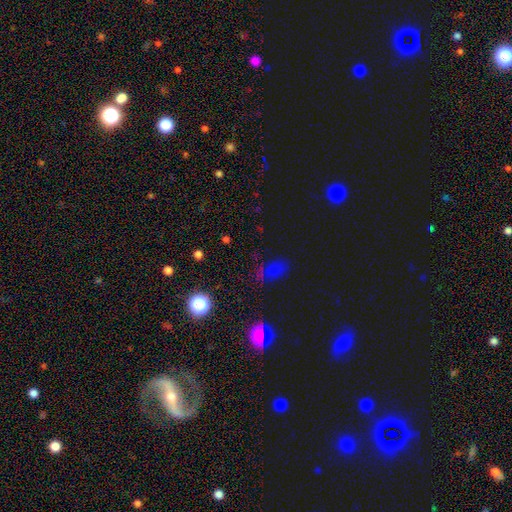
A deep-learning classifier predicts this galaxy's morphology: Q: Smooth or featured?
A: star or artifact (54%); runner-up: smooth (37%)